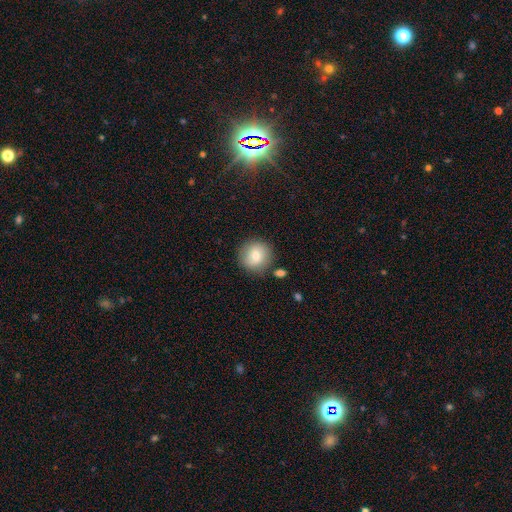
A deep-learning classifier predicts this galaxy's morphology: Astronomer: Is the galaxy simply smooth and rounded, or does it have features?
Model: smooth — 77%.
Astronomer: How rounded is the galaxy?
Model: round — 91%.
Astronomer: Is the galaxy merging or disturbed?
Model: none — 82%.